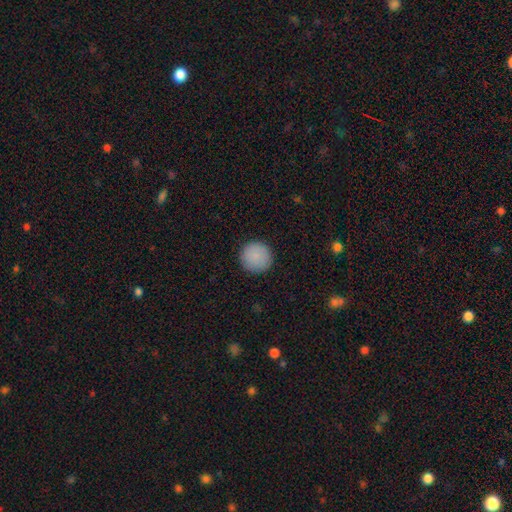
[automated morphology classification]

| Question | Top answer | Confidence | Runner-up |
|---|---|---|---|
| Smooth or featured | smooth | 89% | star or artifact (7%) |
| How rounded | round | 96% | in between (3%) |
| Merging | none | 92% | minor disturbance (6%) |